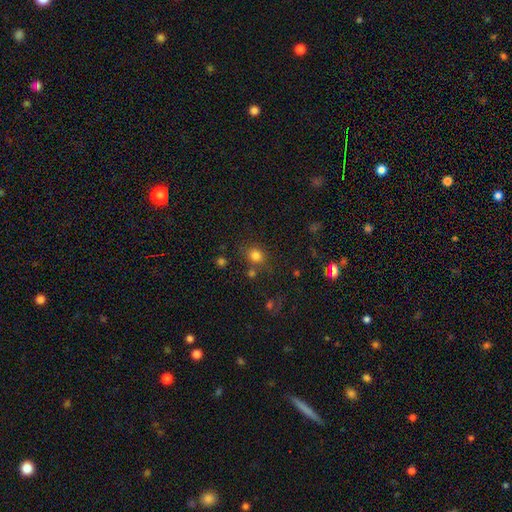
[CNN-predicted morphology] The model was most divided on "how rounded": round: 72%, in between: 27%, cigar-shaped: 1%. More confident: smooth or featured — smooth (80%); merging — none (72%).